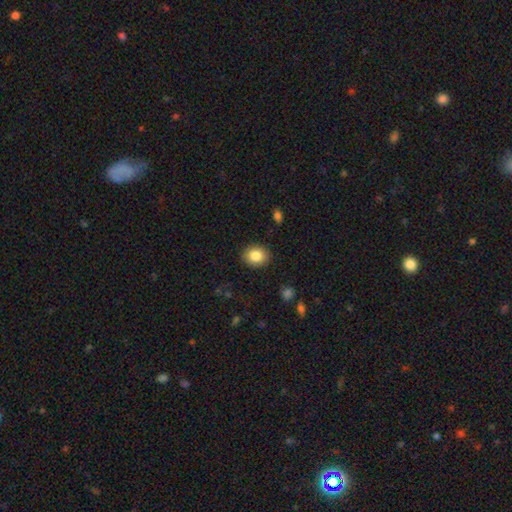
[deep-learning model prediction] Smooth or featured? Predicted: smooth (p=0.84). How rounded? Predicted: round (p=0.64). Merging? Predicted: none (p=0.89).